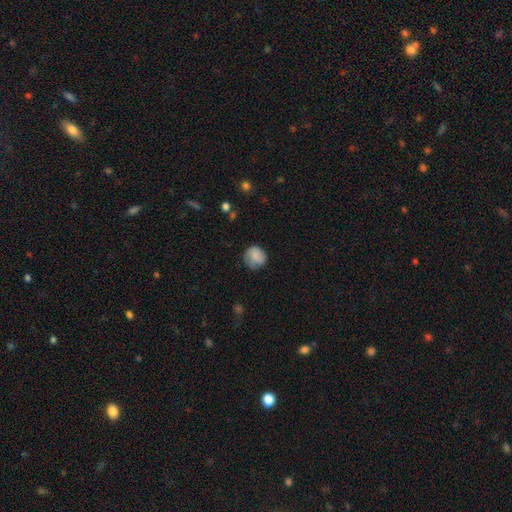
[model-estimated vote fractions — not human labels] This appears to be a smooth galaxy with no disk features (81%) that is round (86%). Merging: none (70%).